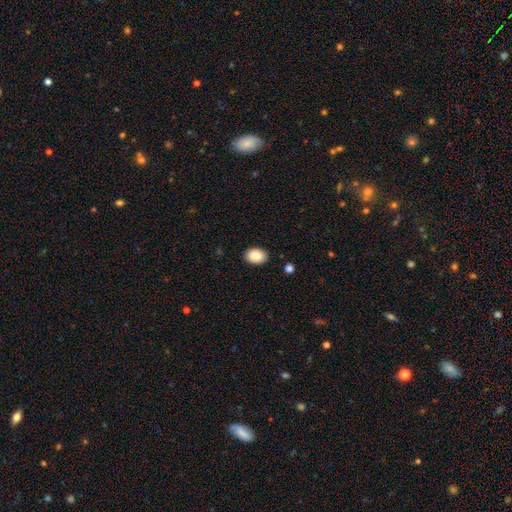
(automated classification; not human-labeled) A smooth galaxy with no disk features (88%) that is in between round and cigar-shaped (77%).

Vote fractions:
- Smooth or featured? smooth: 88% / star or artifact: 7% / featured or disk: 5%
- How rounded? in between: 77% / round: 22% / cigar-shaped: 1%
- Merging? none: 89% / minor disturbance: 8% / major disturbance: 2% / merger: 1%